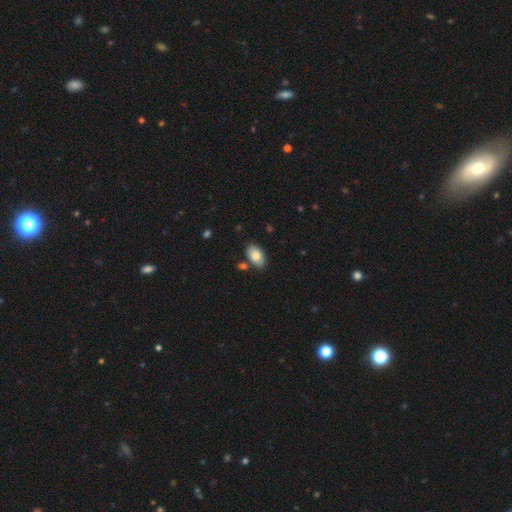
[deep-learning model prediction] A smooth galaxy with no disk features (83%) that is in between round and cigar-shaped (94%).

Vote fractions:
- Smooth or featured? smooth: 83% / featured or disk: 11% / star or artifact: 7%
- How rounded? in between: 94% / round: 5% / cigar-shaped: 1%
- Merging? none: 78% / minor disturbance: 12% / merger: 7% / major disturbance: 3%